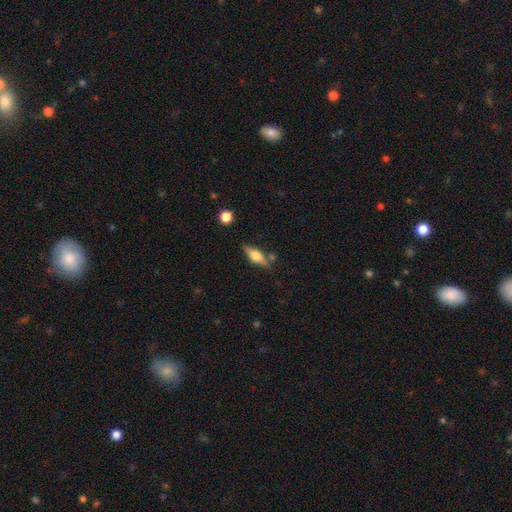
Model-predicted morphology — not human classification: Overall: featured or disk (56%; smooth 37%). Edge-on disk: yes (93%). Edge-on bulge: rounded (90%). Merging: none (77%).